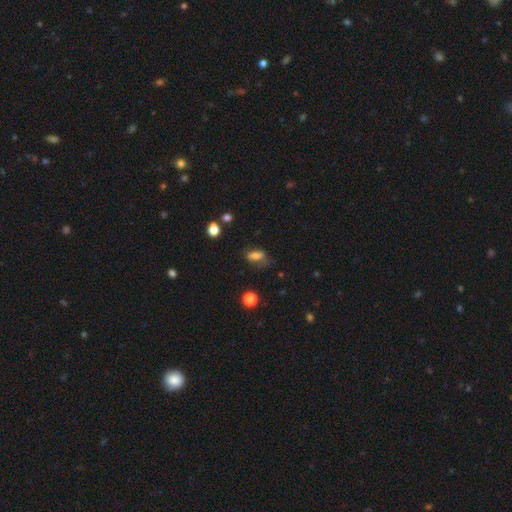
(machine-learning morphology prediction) The model was most divided on "merging": none: 52%, minor disturbance: 28%, major disturbance: 16%, merger: 4%. More confident: how rounded — in between (73%); smooth or featured — smooth (69%).